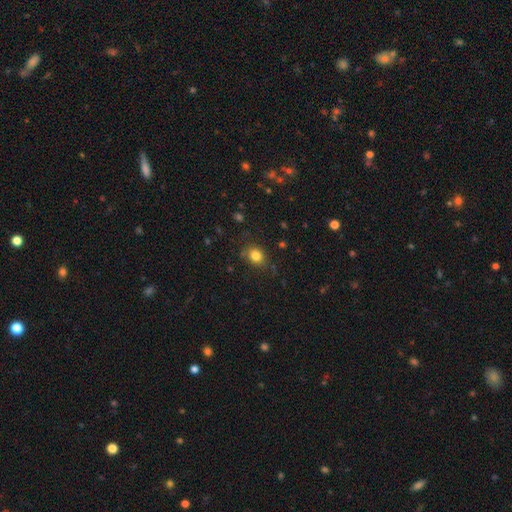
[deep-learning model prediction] Smooth or featured?
  - smooth: 82% *
  - star or artifact: 12%
  - featured or disk: 7%
How rounded?
  - round: 61% *
  - in between: 38%
  - cigar-shaped: 1%
Merging?
  - none: 77% *
  - minor disturbance: 17%
  - major disturbance: 5%
  - merger: 2%